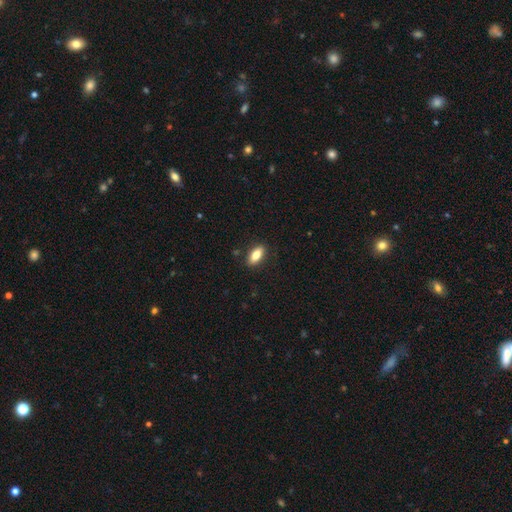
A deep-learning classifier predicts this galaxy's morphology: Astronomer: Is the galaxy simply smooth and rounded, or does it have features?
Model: smooth — 82%.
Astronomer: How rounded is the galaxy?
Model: in between — 87%.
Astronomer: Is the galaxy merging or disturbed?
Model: none — 88%.